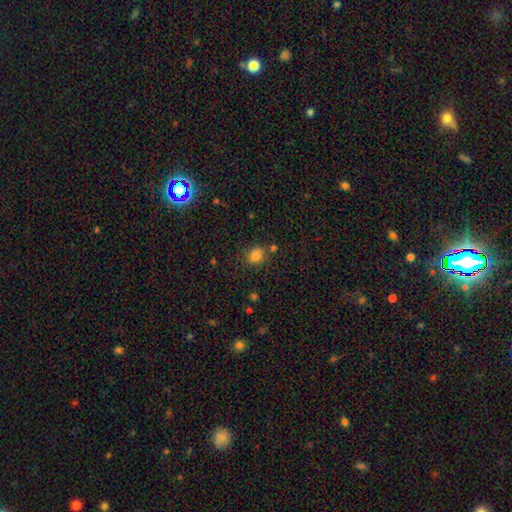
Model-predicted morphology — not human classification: Smooth or featured: smooth — 81% (star or artifact — 13%)
How rounded: round — 56% (in between — 43%)
Merging: none — 74% (minor disturbance — 14%)